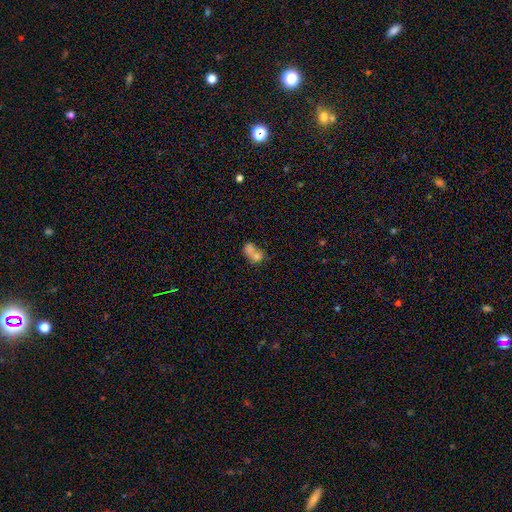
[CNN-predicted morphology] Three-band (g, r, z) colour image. It shows a smooth galaxy with no disk features (68%) that is in between round and cigar-shaped (55%). Merging: merger (72%).